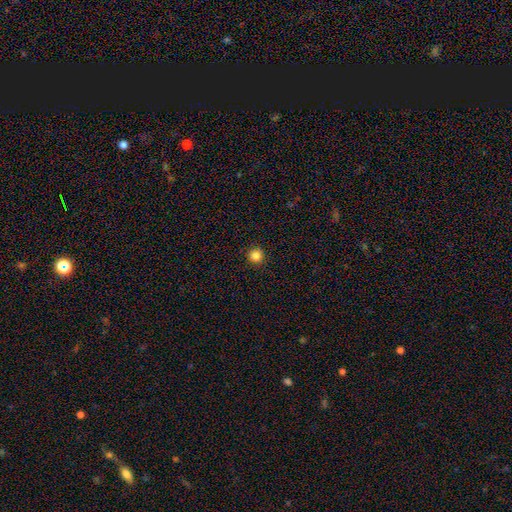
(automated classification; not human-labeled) This is clearly a smooth galaxy (85%). How rounded: clearly round (96%). Merging: clearly none (93%).